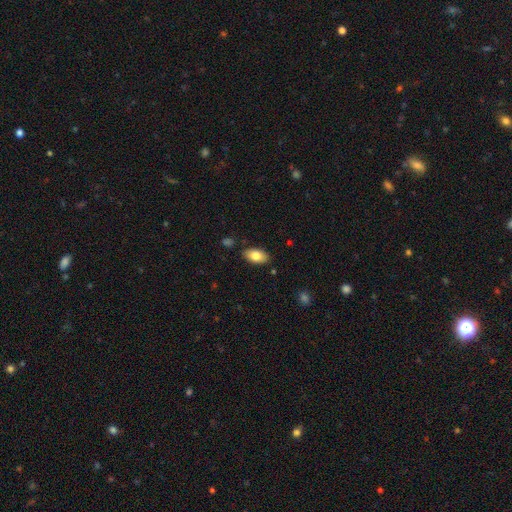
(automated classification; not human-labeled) This is clearly a smooth galaxy (81%). How rounded: clearly in between (94%). Merging: clearly none (85%).